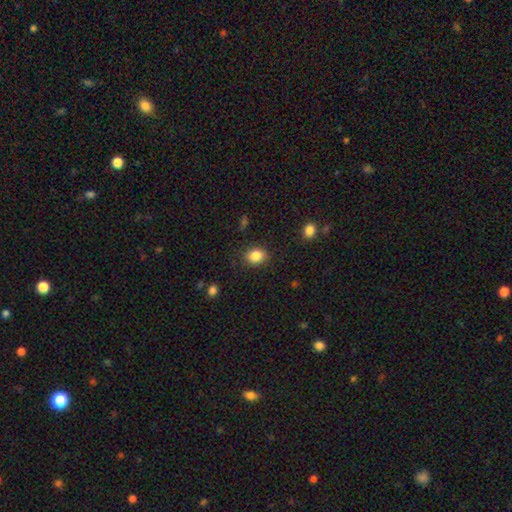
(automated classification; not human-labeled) This is clearly a smooth galaxy (86%). How rounded: possibly in between (50%). Merging: clearly none (85%).